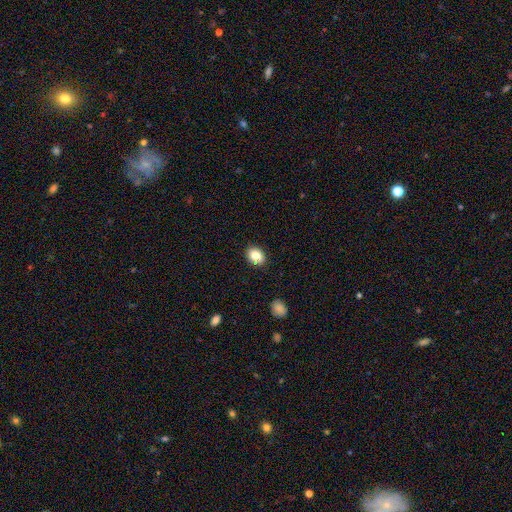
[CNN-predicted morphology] A smooth galaxy with no disk features (83%) that is in between round and cigar-shaped (58%). Merging: none (89%).